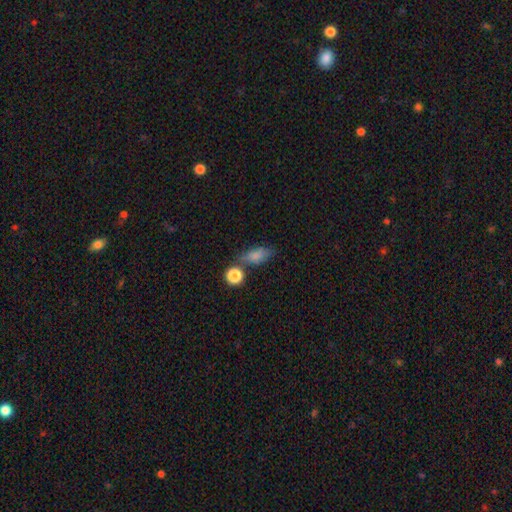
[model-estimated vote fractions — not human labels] Smooth or featured? Predicted: smooth (p=0.76). How rounded? Predicted: in between (p=0.67). Merging? Predicted: none (p=0.57).